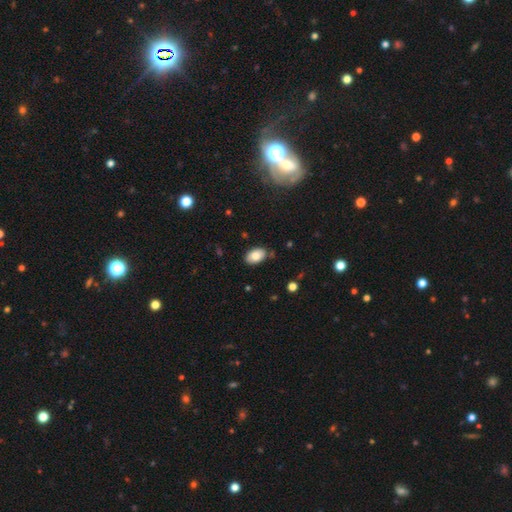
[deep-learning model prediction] Q: Smooth or featured?
A: smooth (83%); runner-up: featured or disk (10%)
Q: How rounded?
A: in between (92%); runner-up: round (7%)
Q: Merging?
A: none (81%); runner-up: minor disturbance (14%)